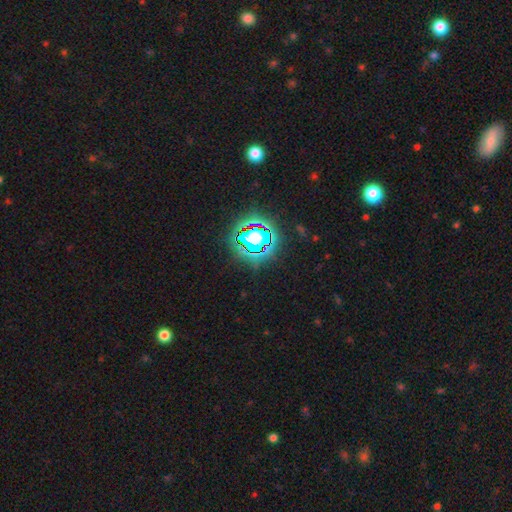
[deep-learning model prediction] Smooth or featured?
  - star or artifact: 83% *
  - smooth: 10%
  - featured or disk: 7%